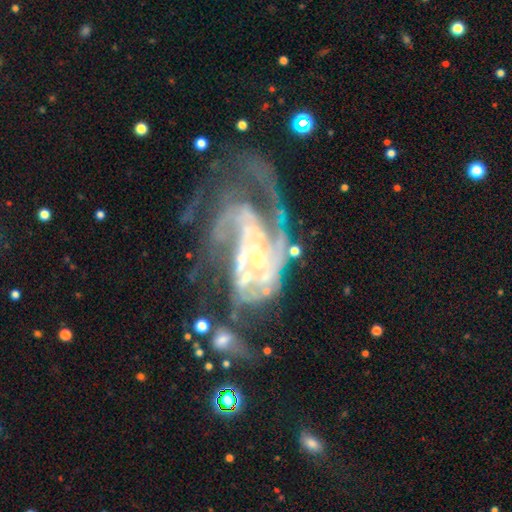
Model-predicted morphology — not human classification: Q: Smooth or featured?
A: featured or disk (86%); runner-up: star or artifact (8%)
Q: Edge-on disk?
A: no (97%); runner-up: yes (3%)
Q: Bar?
A: no (57%); runner-up: weak (30%)
Q: Spiral arms?
A: yes (87%); runner-up: no (13%)
Q: Spiral winding?
A: medium (40%); runner-up: tight (39%)
Q: Spiral arm count?
A: can't tell (34%); runner-up: 2 (25%)
Q: Bulge size?
A: small (49%); runner-up: moderate (29%)
Q: Merging?
A: major disturbance (43%); runner-up: none (24%)